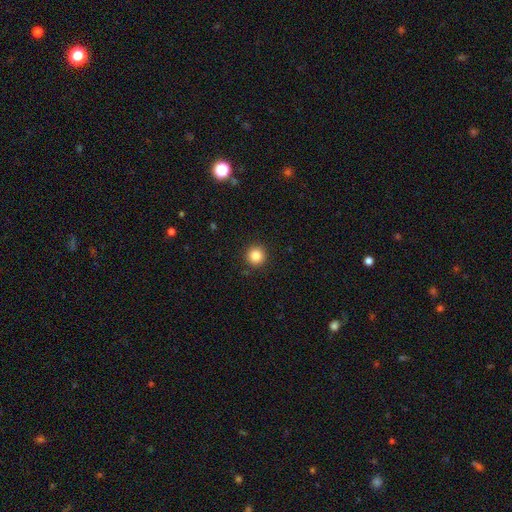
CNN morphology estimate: Overall: smooth (85%). How rounded: round (95%). Merging: none (92%).